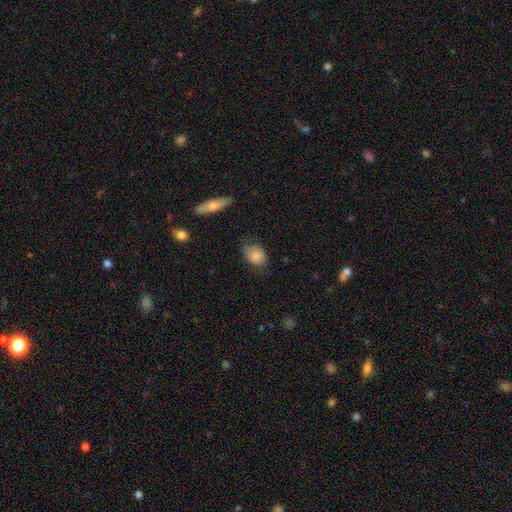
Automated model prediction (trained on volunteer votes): Smooth or featured? smooth (79%)
How rounded? in between (76%)
Merging? none (60%)